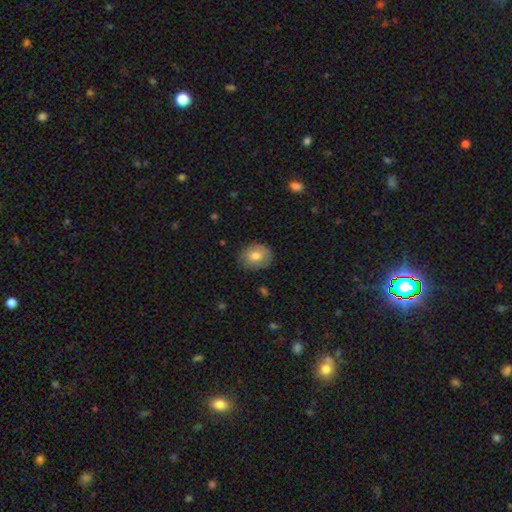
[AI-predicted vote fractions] Smooth or featured? Predicted: smooth (p=0.73). How rounded? Predicted: round (p=0.54). Merging? Predicted: none (p=0.77).